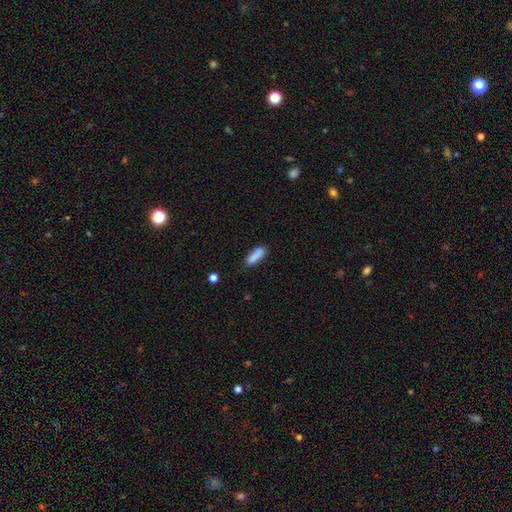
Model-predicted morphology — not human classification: Q: Smooth or featured?
A: smooth (85%); runner-up: featured or disk (8%)
Q: How rounded?
A: cigar-shaped (50%); runner-up: in between (48%)
Q: Merging?
A: none (72%); runner-up: minor disturbance (18%)